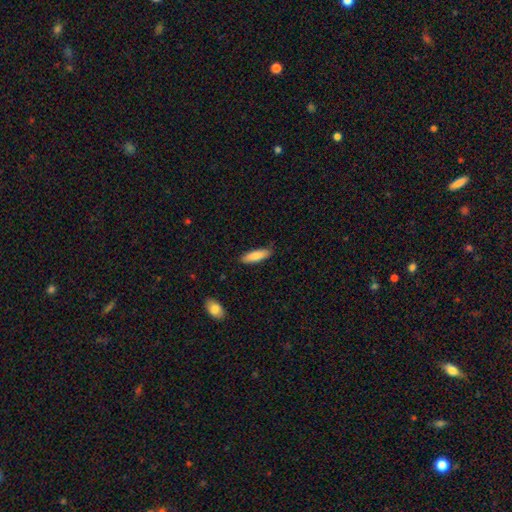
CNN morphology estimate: This appears to be a smooth galaxy with no disk features (80%) that is cigar-shaped (55%). Merging: none (85%).